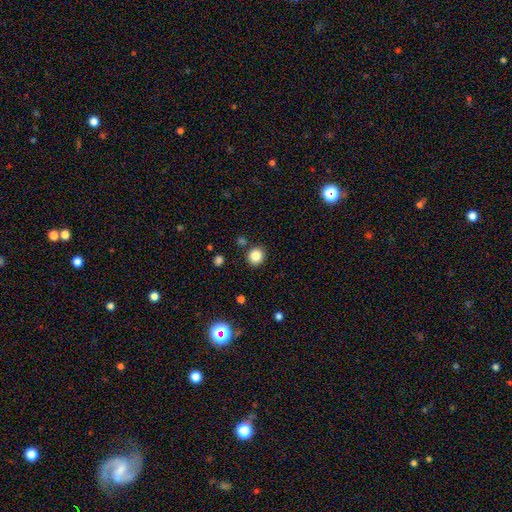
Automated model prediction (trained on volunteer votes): This is clearly a smooth galaxy (84%). How rounded: clearly round (86%). Merging: clearly none (86%).